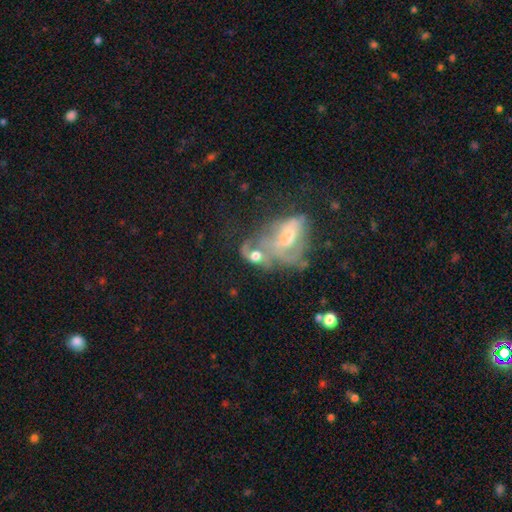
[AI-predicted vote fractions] Overall: featured or disk (54%; smooth 34%). Edge-on disk: no (96%). Bar: no (76%). Spiral arms: no (51%; yes 49%). Bulge size: moderate (48%; large 21%). Merging: merger (67%).